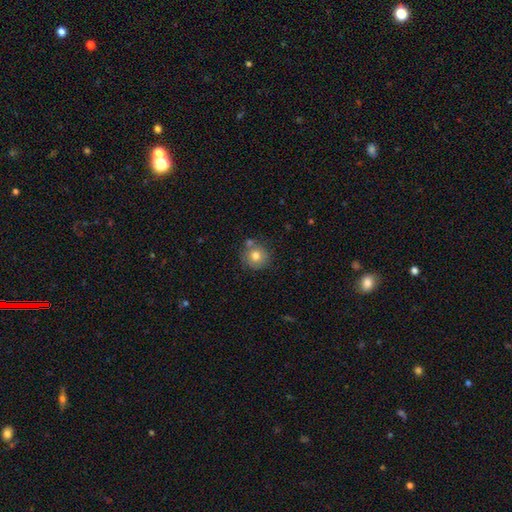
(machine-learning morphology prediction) Smooth or featured: smooth — 76% (featured or disk — 13%)
How rounded: round — 91% (in between — 8%)
Merging: none — 71% (merger — 14%)